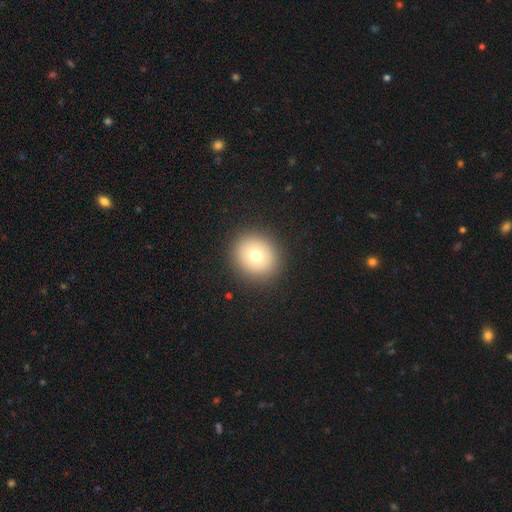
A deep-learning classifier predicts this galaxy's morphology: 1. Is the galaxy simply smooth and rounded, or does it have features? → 72% smooth, 17% featured or disk, 11% star or artifact.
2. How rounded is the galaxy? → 84% round, 16% in between, 1% cigar-shaped.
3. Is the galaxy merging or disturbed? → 91% none, 6% minor disturbance, 2% major disturbance, 1% merger.